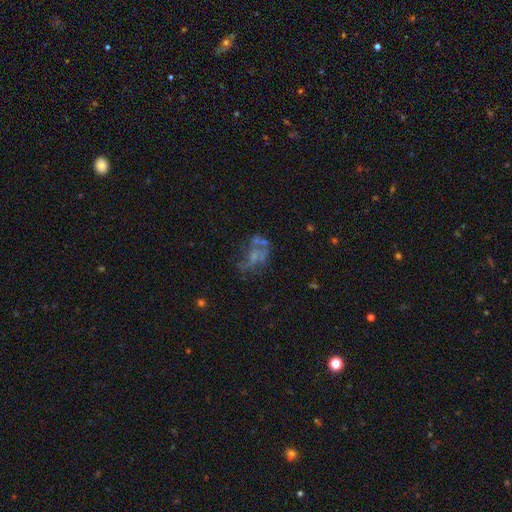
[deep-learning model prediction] Smooth or featured? Predicted: featured or disk (p=0.54). Edge-on disk? Predicted: no (p=0.97). Bar? Predicted: no (p=0.85). Spiral arms? Predicted: no (p=0.82). Bulge size? Predicted: none (p=0.62). Merging? Predicted: none (p=0.36).